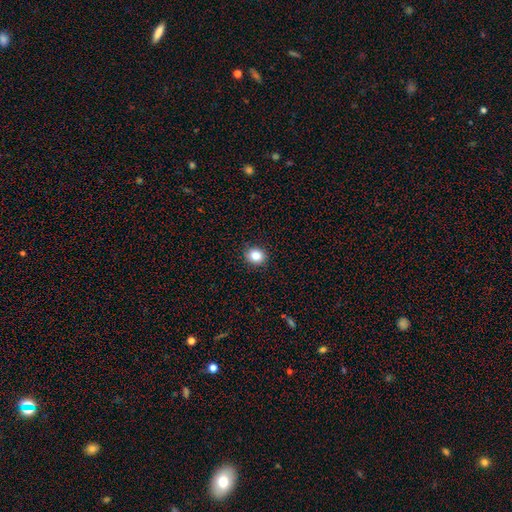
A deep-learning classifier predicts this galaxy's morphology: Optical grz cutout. It shows a smooth galaxy with no disk features (84%) that is round (79%). Merging: none (90%).